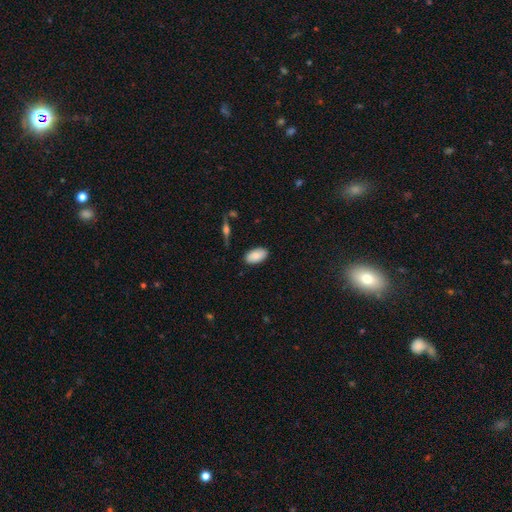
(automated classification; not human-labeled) A smooth galaxy with no disk features (85%) that is in between round and cigar-shaped (94%).

Vote fractions:
- Smooth or featured? smooth: 85% / featured or disk: 9% / star or artifact: 6%
- How rounded? in between: 94% / cigar-shaped: 3% / round: 3%
- Merging? none: 86% / minor disturbance: 11% / major disturbance: 2% / merger: 1%